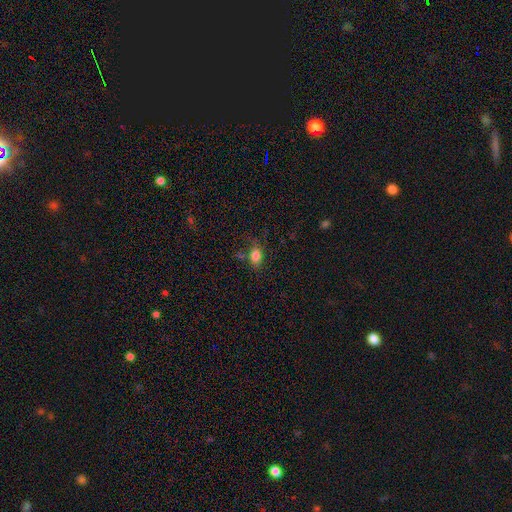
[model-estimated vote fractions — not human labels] A smooth galaxy with no disk features (82%) that is in between round and cigar-shaped (76%).

Vote fractions:
- Smooth or featured? smooth: 82% / star or artifact: 11% / featured or disk: 7%
- How rounded? in between: 76% / round: 22% / cigar-shaped: 2%
- Merging? none: 63% / minor disturbance: 21% / major disturbance: 8% / merger: 7%